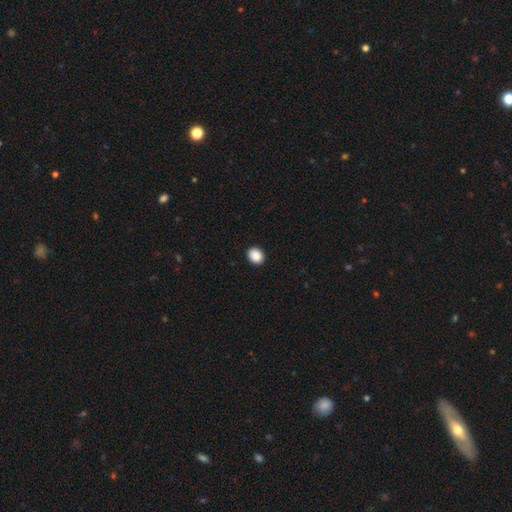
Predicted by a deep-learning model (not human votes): Smooth or featured: smooth — 90% (star or artifact — 8%)
How rounded: round — 58% (in between — 41%)
Merging: none — 92% (minor disturbance — 6%)